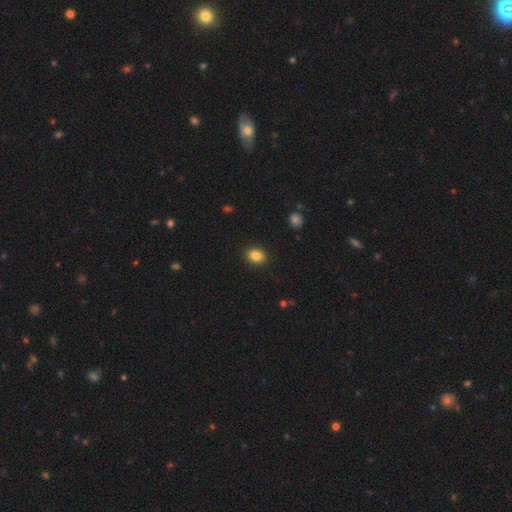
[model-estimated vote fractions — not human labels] This is clearly a smooth galaxy (85%). How rounded: possibly in between (56%). Merging: clearly none (90%).